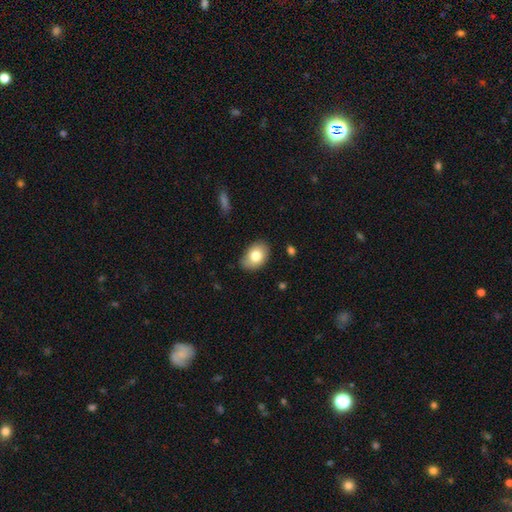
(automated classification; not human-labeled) Smooth or featured?
  - smooth: 79% *
  - featured or disk: 14%
  - star or artifact: 7%
How rounded?
  - in between: 83% *
  - round: 16%
  - cigar-shaped: 1%
Merging?
  - none: 79% *
  - minor disturbance: 17%
  - major disturbance: 3%
  - merger: 1%